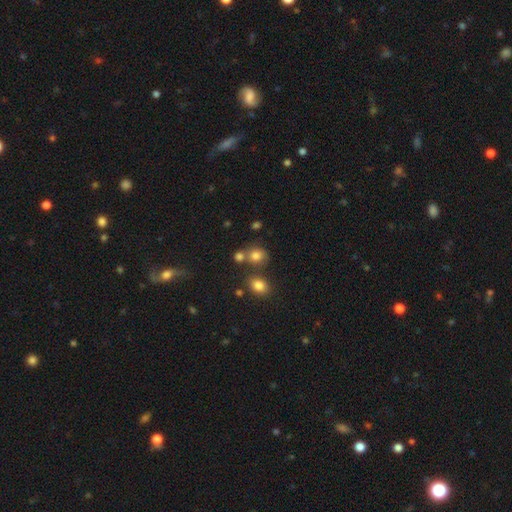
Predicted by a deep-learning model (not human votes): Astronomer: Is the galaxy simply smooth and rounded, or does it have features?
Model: smooth — 77%.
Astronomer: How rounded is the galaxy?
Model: round — 68%.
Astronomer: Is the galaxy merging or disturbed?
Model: none — 59%.